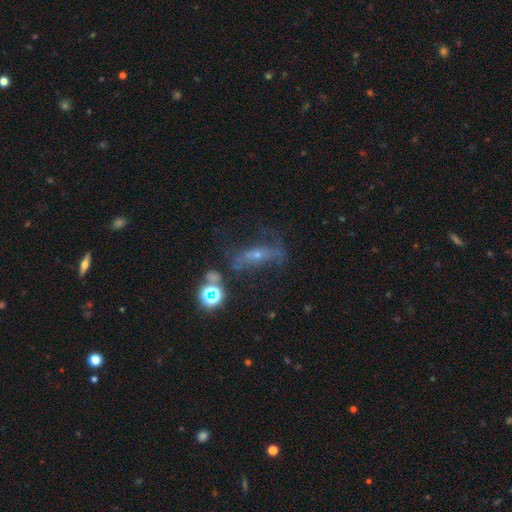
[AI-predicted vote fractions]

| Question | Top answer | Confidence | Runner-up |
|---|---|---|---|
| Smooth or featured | featured or disk | 57% | star or artifact (22%) |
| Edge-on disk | no | 63% | yes (37%) |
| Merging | none | 45% | major disturbance (27%) |